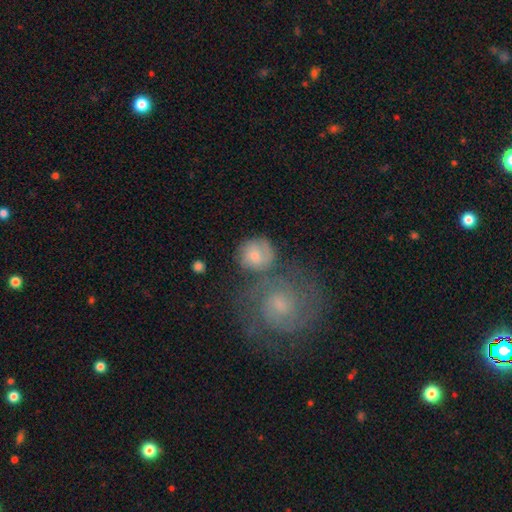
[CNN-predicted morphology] type=smooth (57%); roundness=round (85%); merging=none (53%).